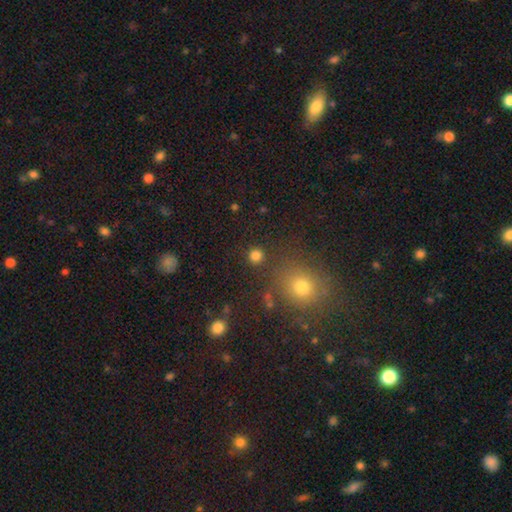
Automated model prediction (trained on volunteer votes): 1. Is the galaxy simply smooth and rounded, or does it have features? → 80% smooth, 15% star or artifact, 4% featured or disk.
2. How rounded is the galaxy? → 92% round, 7% in between, 1% cigar-shaped.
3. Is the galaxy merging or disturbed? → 88% none, 6% minor disturbance, 4% merger, 3% major disturbance.